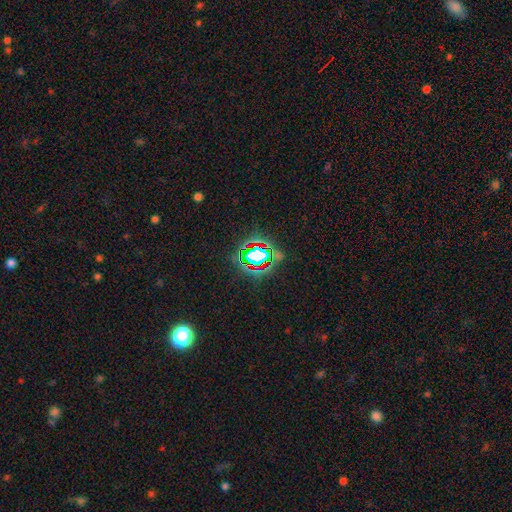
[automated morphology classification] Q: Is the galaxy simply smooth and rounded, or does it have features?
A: star or artifact — 62%.